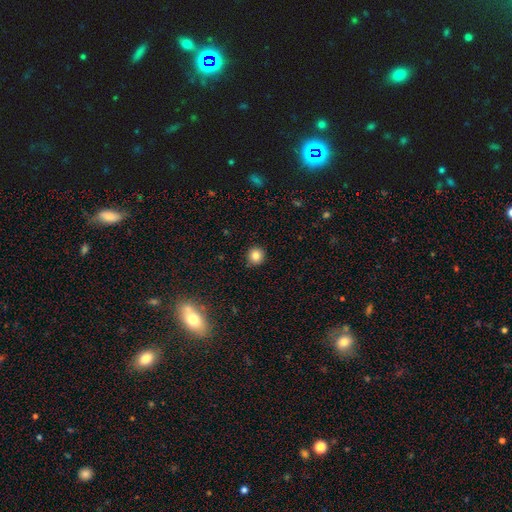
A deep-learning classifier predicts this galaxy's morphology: smooth-or-featured: smooth: 83% | star or artifact: 11% | featured or disk: 6%
  how-rounded: round: 93% | in between: 6% | cigar-shaped: 1%
  merging: none: 92% | minor disturbance: 5% | major disturbance: 2% | merger: 1%